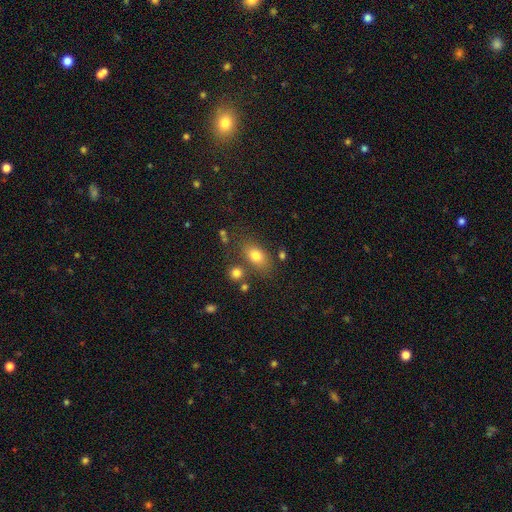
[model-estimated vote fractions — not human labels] Overall: smooth (77%). How rounded: in between (80%). Merging: none (71%).